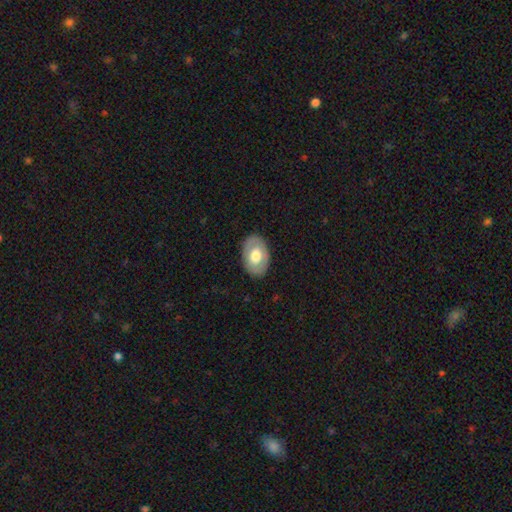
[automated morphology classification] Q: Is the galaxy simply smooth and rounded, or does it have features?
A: smooth — 59%.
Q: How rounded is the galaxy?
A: in between — 85%.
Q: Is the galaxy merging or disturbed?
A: none — 85%.